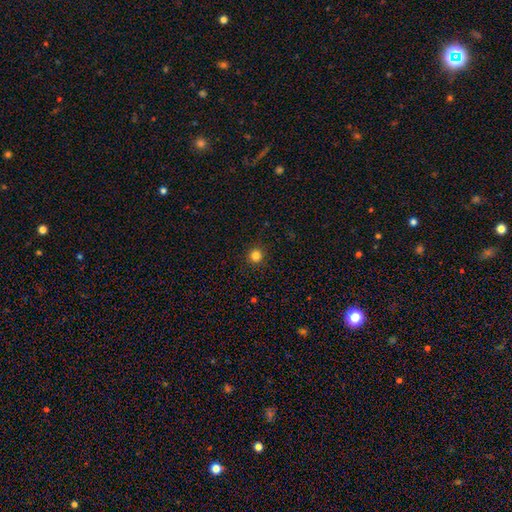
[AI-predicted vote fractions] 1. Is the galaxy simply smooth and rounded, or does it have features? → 83% smooth, 13% star or artifact, 4% featured or disk.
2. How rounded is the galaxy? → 95% round, 4% in between, 1% cigar-shaped.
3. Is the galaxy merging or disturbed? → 92% none, 5% minor disturbance, 2% major disturbance, 1% merger.